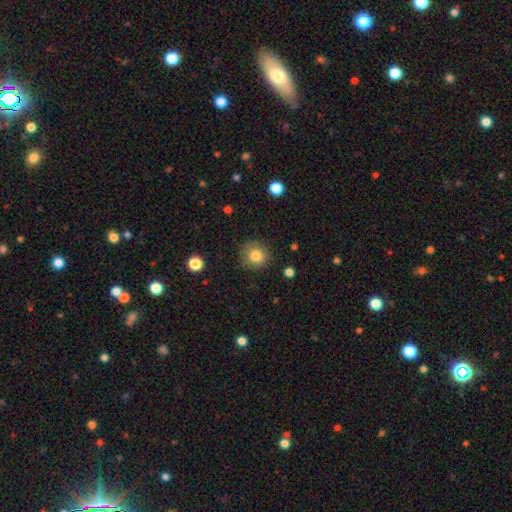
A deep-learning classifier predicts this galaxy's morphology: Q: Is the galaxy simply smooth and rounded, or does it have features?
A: smooth — 81%.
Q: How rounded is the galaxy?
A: round — 90%.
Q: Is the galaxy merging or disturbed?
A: none — 83%.